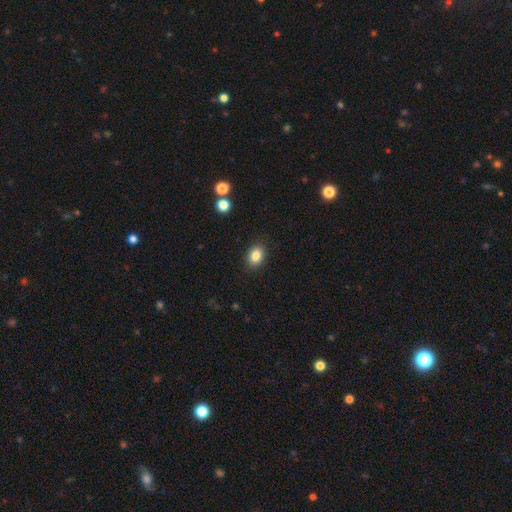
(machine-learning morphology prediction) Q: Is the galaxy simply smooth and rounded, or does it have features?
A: smooth — 85%.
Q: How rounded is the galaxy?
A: in between — 71%.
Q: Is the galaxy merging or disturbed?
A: none — 89%.